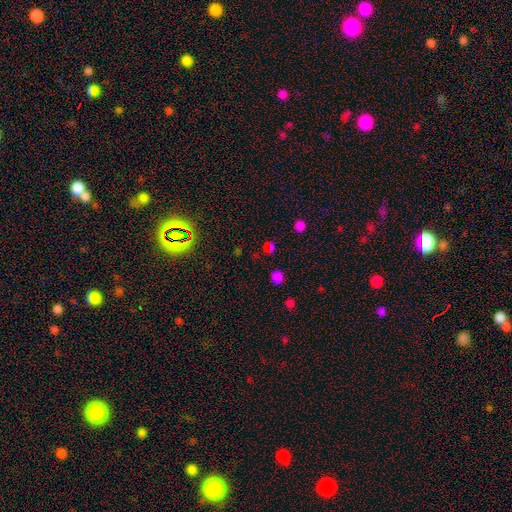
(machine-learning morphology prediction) smooth_or_featured: star or artifact (p=0.48) [alt: smooth p=0.45]